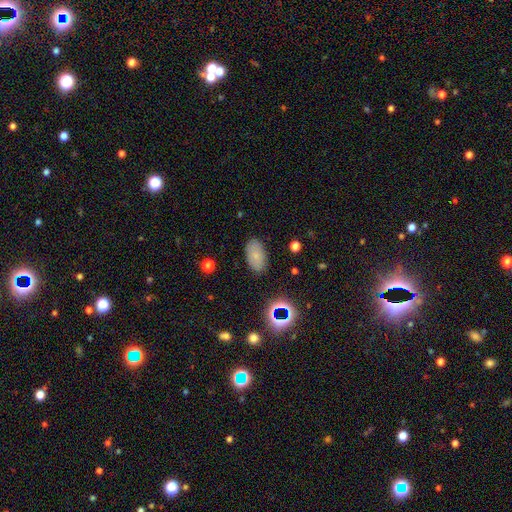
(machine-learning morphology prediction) This is likely a smooth galaxy (75%). How rounded: clearly in between (93%). Merging: clearly none (85%).